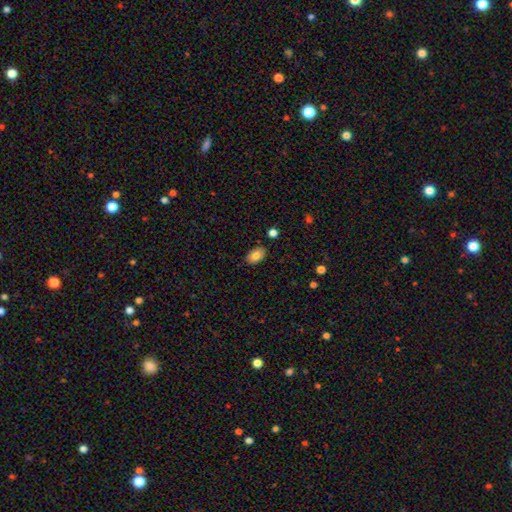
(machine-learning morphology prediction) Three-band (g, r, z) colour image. It shows a smooth galaxy with no disk features (82%) that is in between round and cigar-shaped (90%). Merging: none (86%).